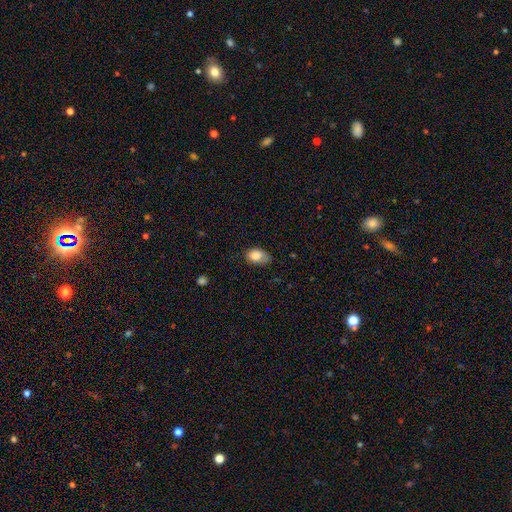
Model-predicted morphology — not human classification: Smooth or featured?
  - smooth: 83% *
  - featured or disk: 9%
  - star or artifact: 8%
How rounded?
  - in between: 83% *
  - round: 16%
  - cigar-shaped: 1%
Merging?
  - none: 47% *
  - minor disturbance: 40%
  - major disturbance: 11%
  - merger: 2%